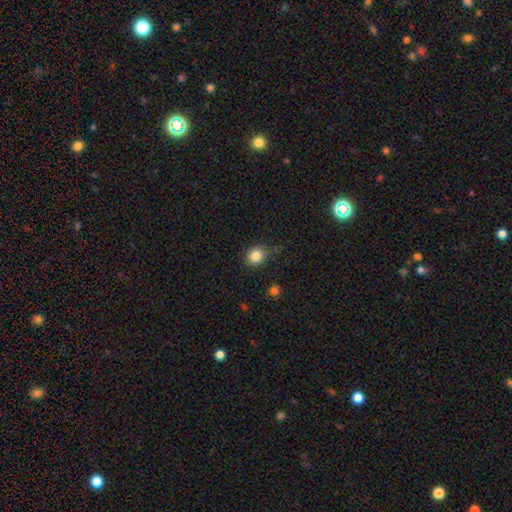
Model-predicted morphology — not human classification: Smooth or featured? smooth (84%)
How rounded? round (76%)
Merging? none (74%)